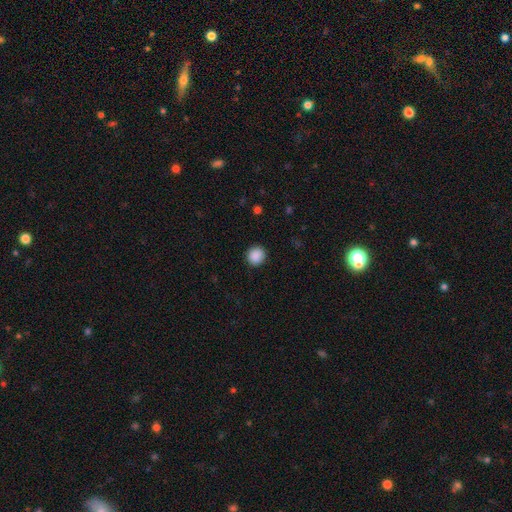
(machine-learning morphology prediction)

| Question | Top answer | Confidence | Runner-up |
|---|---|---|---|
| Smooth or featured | smooth | 89% | star or artifact (9%) |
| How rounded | round | 92% | in between (7%) |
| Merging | none | 92% | minor disturbance (5%) |